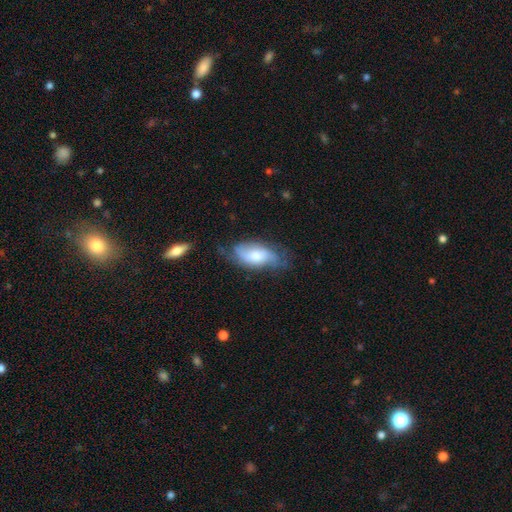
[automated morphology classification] This is possibly a featured or disk galaxy (50%). It is clearly not viewed edge-on (89%). Merging: possibly none (56%).